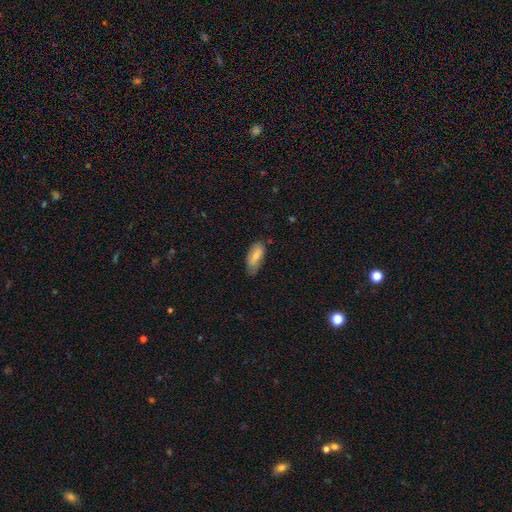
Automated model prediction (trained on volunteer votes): Smooth or featured?
  - smooth: 78% *
  - featured or disk: 15%
  - star or artifact: 7%
How rounded?
  - in between: 84% *
  - cigar-shaped: 14%
  - round: 2%
Merging?
  - none: 60% *
  - minor disturbance: 31%
  - major disturbance: 6%
  - merger: 2%